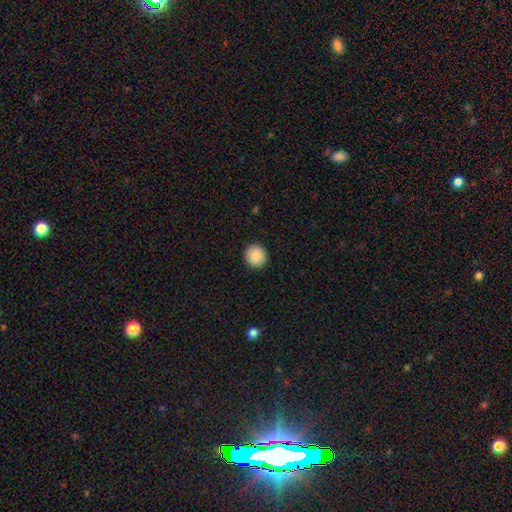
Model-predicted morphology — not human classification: Smooth or featured? Predicted: smooth (p=0.89). How rounded? Predicted: round (p=0.92). Merging? Predicted: none (p=0.92).